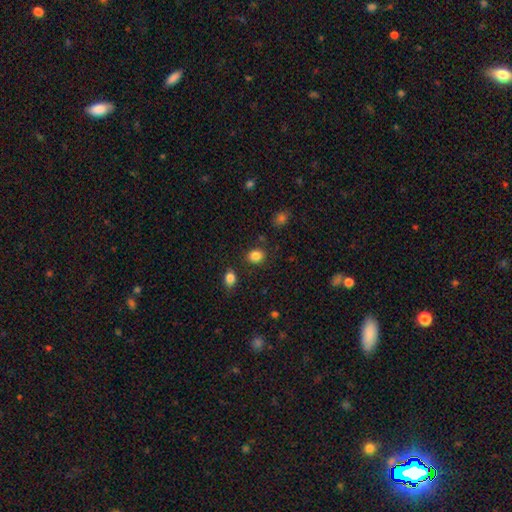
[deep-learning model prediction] Q: Smooth or featured?
A: smooth (86%); runner-up: star or artifact (10%)
Q: How rounded?
A: in between (51%); runner-up: round (48%)
Q: Merging?
A: none (82%); runner-up: minor disturbance (10%)